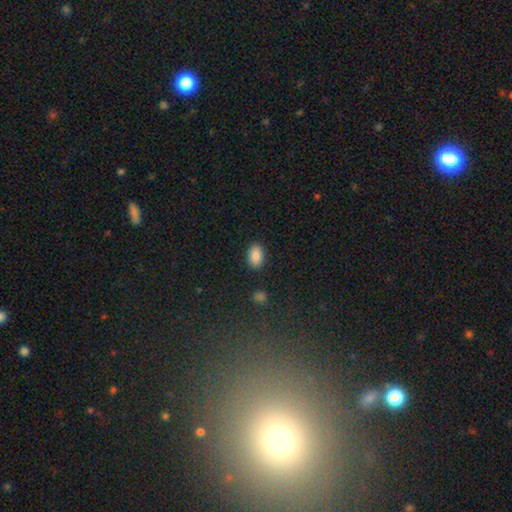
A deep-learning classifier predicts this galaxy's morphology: A smooth galaxy with no disk features (88%) that is in between round and cigar-shaped (91%). Merging: none (88%).